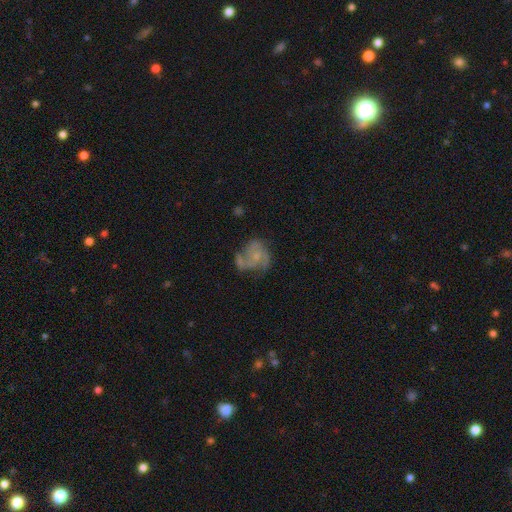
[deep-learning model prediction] featured or disk 72%, smooth 21%, star or artifact 8%. Down the decision tree: edge-on disk — no (98%); bar — no (73%); spiral arms — yes (86%); spiral arm count — 3 (46%); spiral winding — medium (51%); bulge size — small (63%); merging — none (45%).